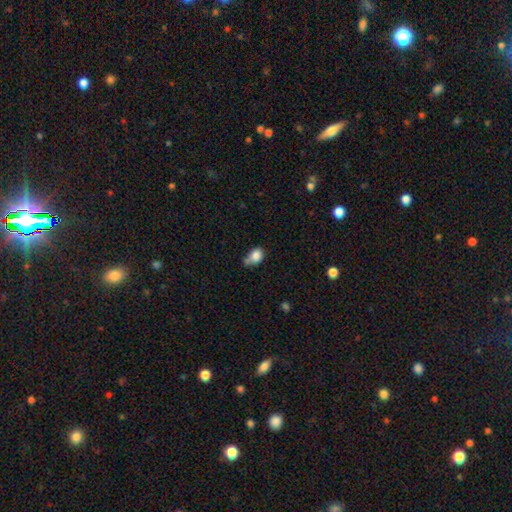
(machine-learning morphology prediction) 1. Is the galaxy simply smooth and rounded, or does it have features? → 82% smooth, 9% star or artifact, 9% featured or disk.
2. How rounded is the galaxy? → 63% in between, 36% round, 2% cigar-shaped.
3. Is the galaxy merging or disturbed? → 35% minor disturbance, 34% none, 19% merger, 12% major disturbance.